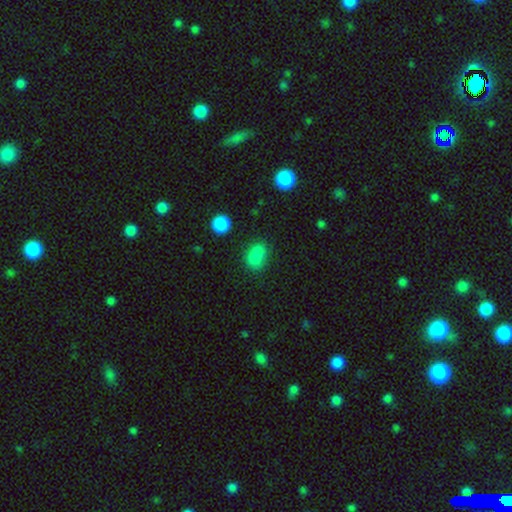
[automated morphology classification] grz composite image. It shows a smooth galaxy with no disk features (76%) that is in between round and cigar-shaped (57%). Merging: none (41%).